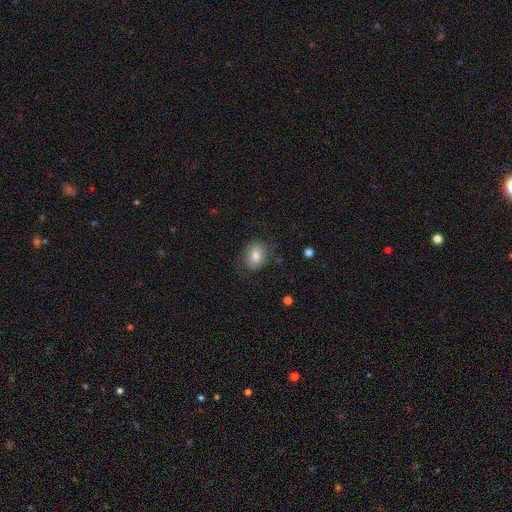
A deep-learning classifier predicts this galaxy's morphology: Smooth or featured? Predicted: smooth (p=0.75). How rounded? Predicted: in between (p=0.65). Merging? Predicted: none (p=0.72).